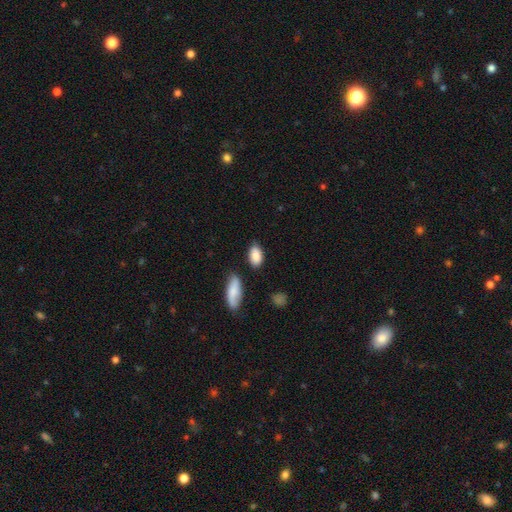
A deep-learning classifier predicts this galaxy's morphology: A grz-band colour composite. It shows a smooth galaxy with no disk features (88%) that is in between round and cigar-shaped (92%). Merging: none (79%).